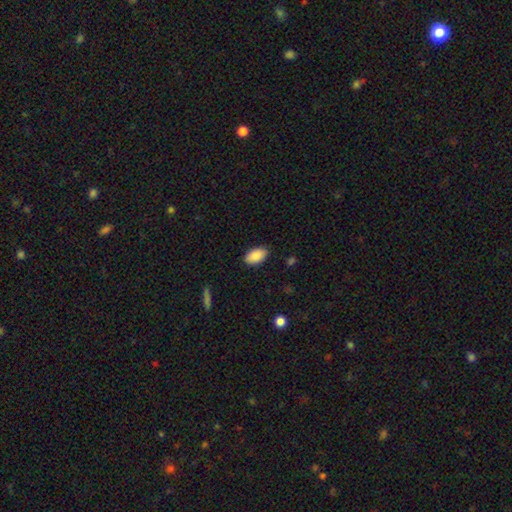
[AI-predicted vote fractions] A smooth galaxy with no disk features (89%) that is in between round and cigar-shaped (94%). Merging: none (87%).